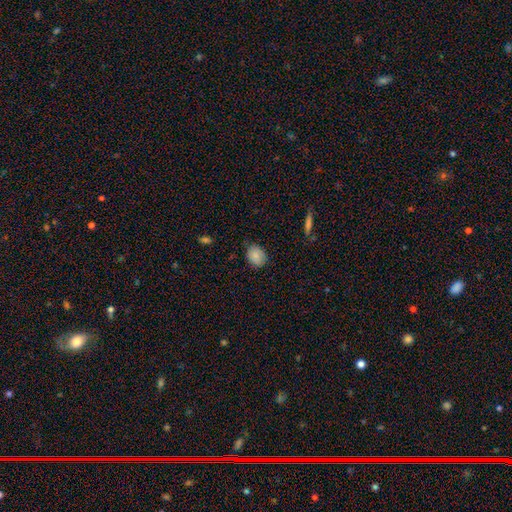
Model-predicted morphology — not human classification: Smooth or featured: smooth — 85% (star or artifact — 8%)
How rounded: in between — 60% (round — 39%)
Merging: none — 76% (minor disturbance — 20%)